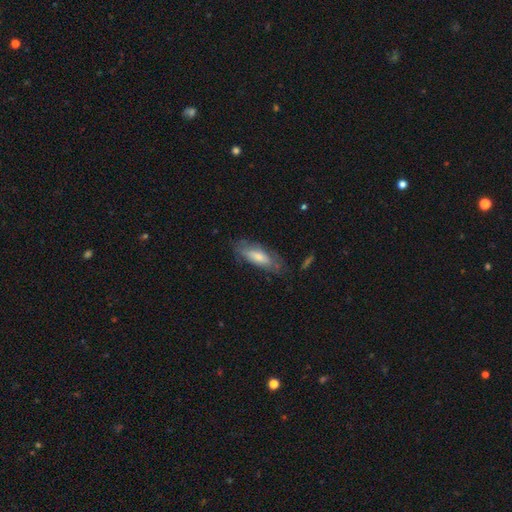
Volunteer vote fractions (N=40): Smooth or featured?
  - smooth: 65% *
  - featured or disk: 28%
  - star or artifact: 8%
How rounded?
  - in between: 77% *
  - cigar-shaped: 15%
  - round: 8%
Merging?
  - none: 51% *
  - minor disturbance: 30%
  - major disturbance: 16%
  - merger: 3%